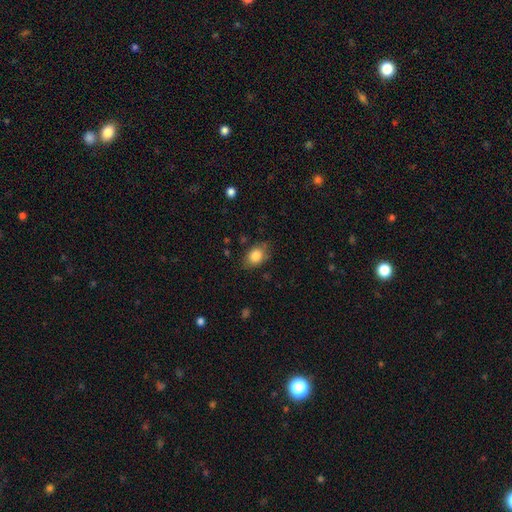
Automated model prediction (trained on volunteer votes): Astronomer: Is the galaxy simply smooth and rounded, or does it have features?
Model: smooth — 83%.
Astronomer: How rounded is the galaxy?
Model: in between — 71%.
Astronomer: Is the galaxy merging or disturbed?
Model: none — 76%.